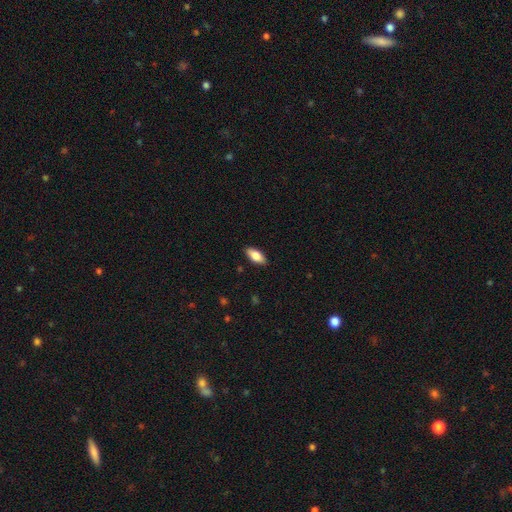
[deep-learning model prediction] Q: Smooth or featured?
A: smooth (81%); runner-up: featured or disk (13%)
Q: How rounded?
A: in between (86%); runner-up: cigar-shaped (12%)
Q: Merging?
A: none (88%); runner-up: minor disturbance (9%)